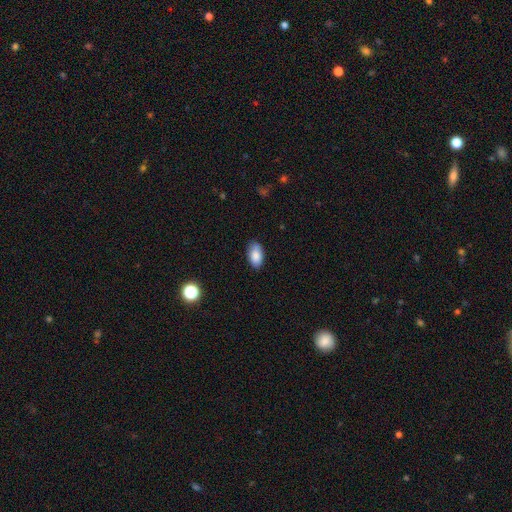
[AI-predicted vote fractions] This appears to be a smooth galaxy with no disk features (86%) that is in between round and cigar-shaped (94%). Merging: none (83%).